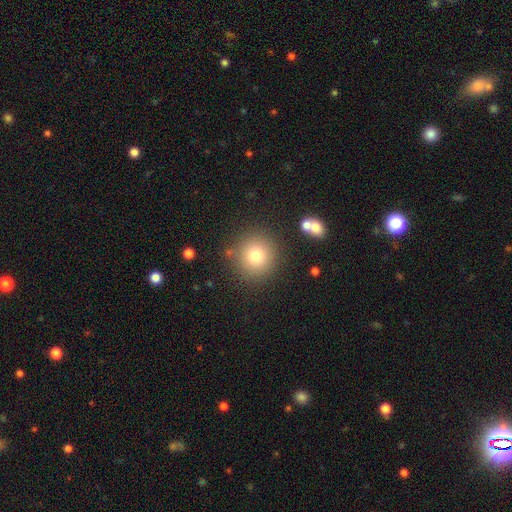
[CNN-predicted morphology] Smooth or featured: smooth — 76% (star or artifact — 13%)
How rounded: round — 94% (in between — 5%)
Merging: none — 84% (minor disturbance — 8%)